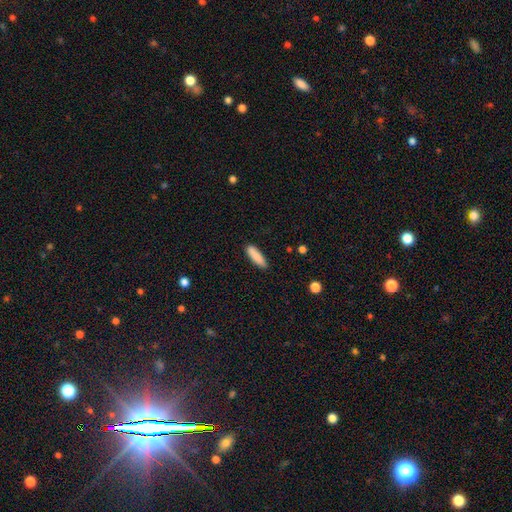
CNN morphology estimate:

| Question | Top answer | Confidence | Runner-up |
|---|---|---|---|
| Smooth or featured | smooth | 85% | featured or disk (9%) |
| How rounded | cigar-shaped | 62% | in between (37%) |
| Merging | none | 85% | minor disturbance (11%) |